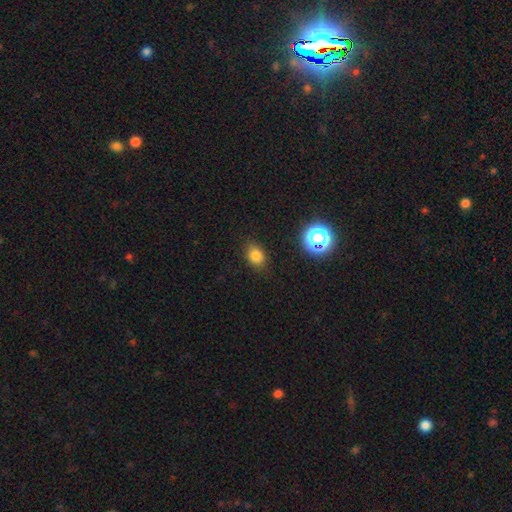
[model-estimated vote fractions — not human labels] Morphology: type=smooth (79%); roundness=in between (57%); merging=none (83%).